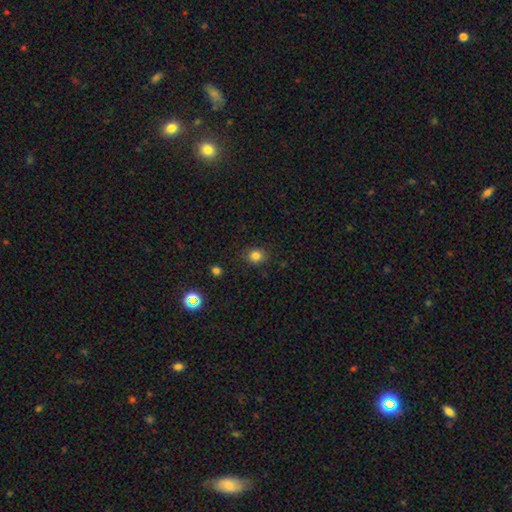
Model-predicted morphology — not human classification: Smooth or featured? Predicted: smooth (p=0.82). How rounded? Predicted: round (p=0.77). Merging? Predicted: none (p=0.87).